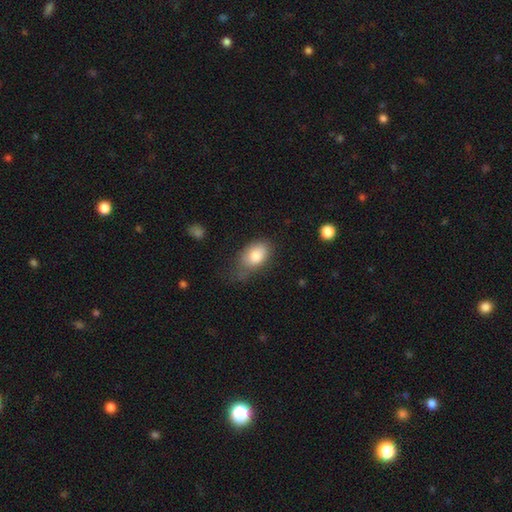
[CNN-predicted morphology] smooth-or-featured: smooth: 82% | featured or disk: 10% | star or artifact: 7%
  how-rounded: in between: 86% | round: 12% | cigar-shaped: 2%
  merging: none: 43% | minor disturbance: 35% | major disturbance: 19% | merger: 3%